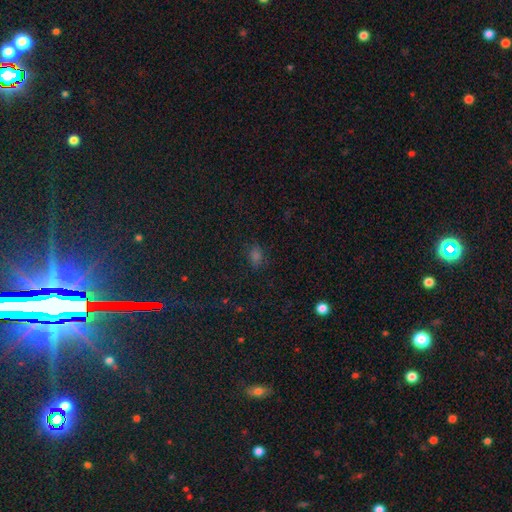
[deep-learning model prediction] Morphology: type=smooth (60%); roundness=in between (66%); merging=none (79%).